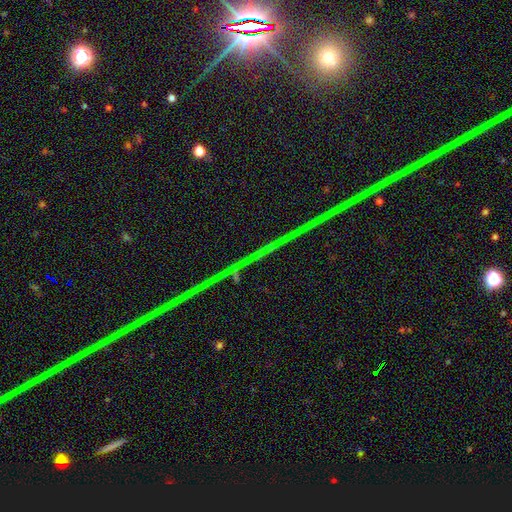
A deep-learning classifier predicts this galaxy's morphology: A star or artifact, not a galaxy (81%).